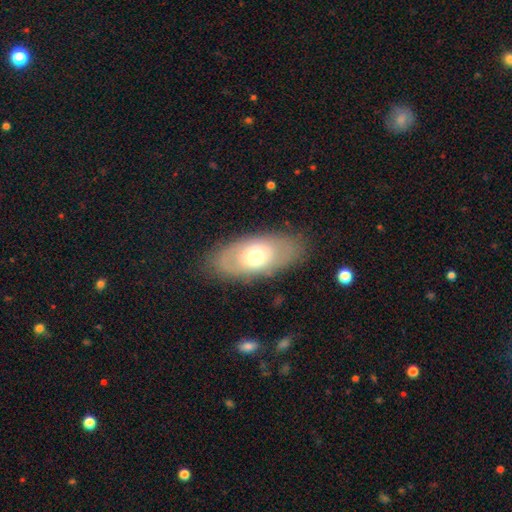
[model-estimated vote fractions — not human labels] The model was most divided on "smooth or featured": smooth: 49%, featured or disk: 44%, star or artifact: 7%. More confident: merging — none (80%).